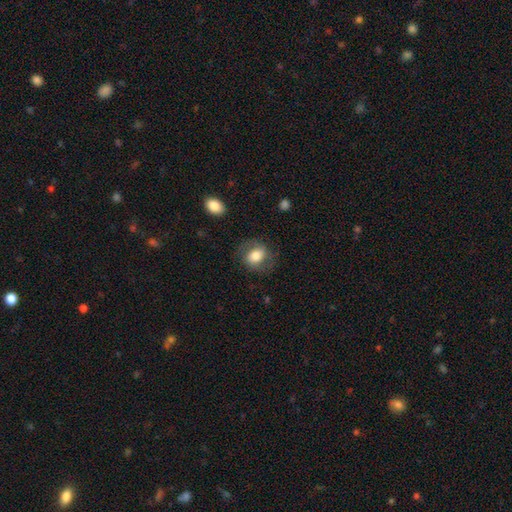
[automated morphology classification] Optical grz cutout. It shows a smooth galaxy with no disk features (66%) that is in between round and cigar-shaped (49%, tied with round). Merging: none (73%).